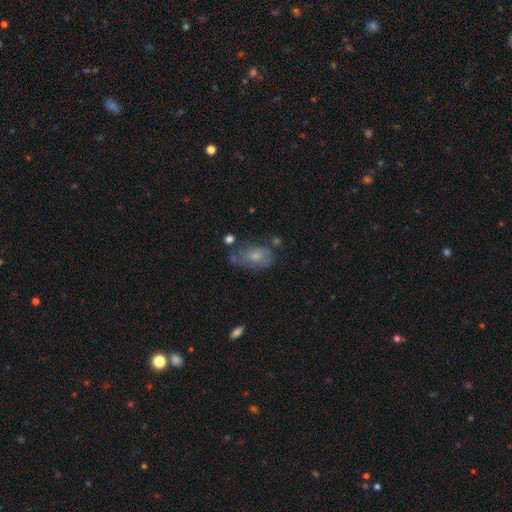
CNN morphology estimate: Smooth or featured: smooth — 55% (featured or disk — 35%)
How rounded: in between — 84% (round — 14%)
Merging: none — 42% (minor disturbance — 32%)